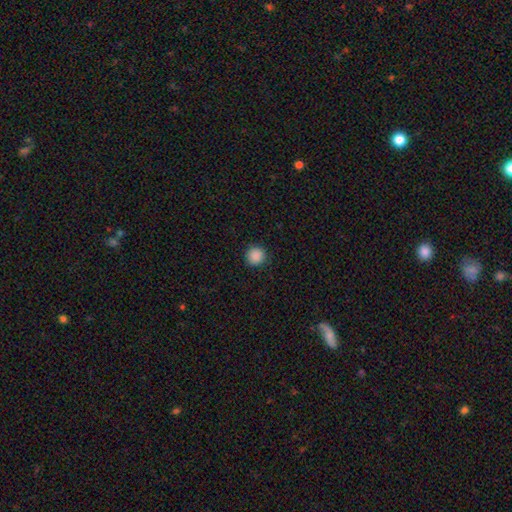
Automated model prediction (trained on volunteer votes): Smooth or featured: smooth — 88% (star or artifact — 9%)
How rounded: round — 94% (in between — 5%)
Merging: none — 91% (minor disturbance — 6%)